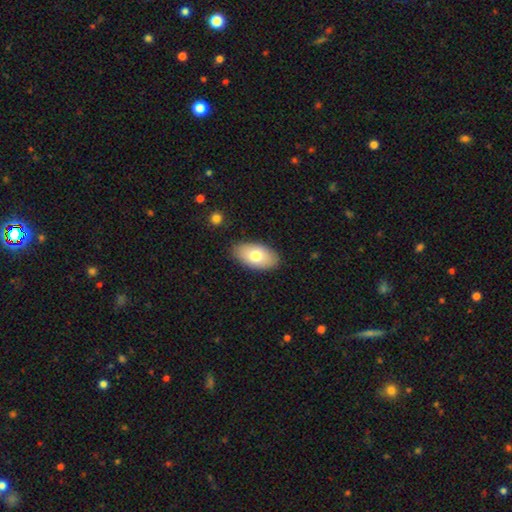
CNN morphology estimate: A smooth galaxy with no disk features (75%) that is in between round and cigar-shaped (94%). Merging: none (86%).